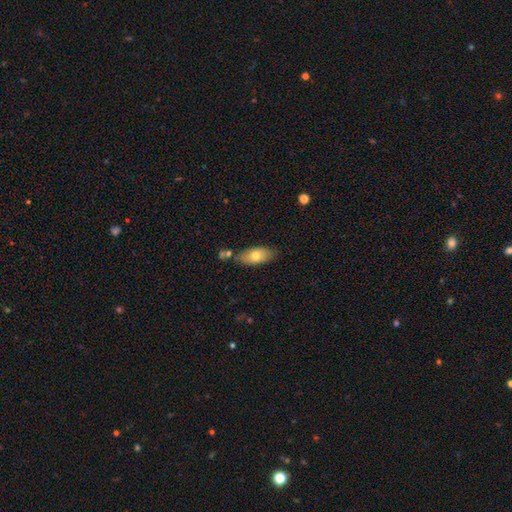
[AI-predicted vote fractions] Overall: smooth (71%). How rounded: in between (83%). Merging: none (72%).